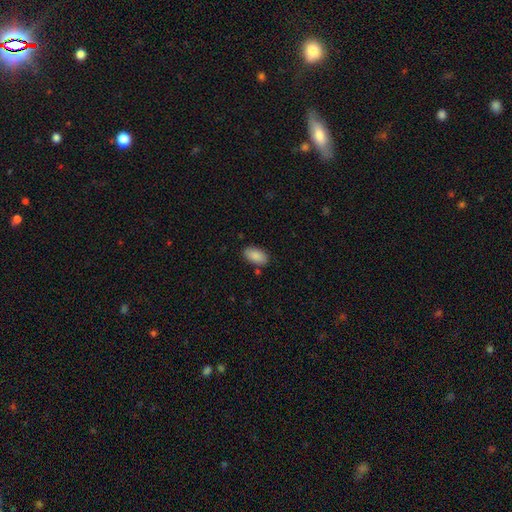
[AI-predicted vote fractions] smooth_or_featured: smooth (p=0.88) [alt: star or artifact p=0.07]
how_rounded: in between (p=0.94) [alt: round p=0.03]
merging: none (p=0.83) [alt: minor disturbance p=0.11]